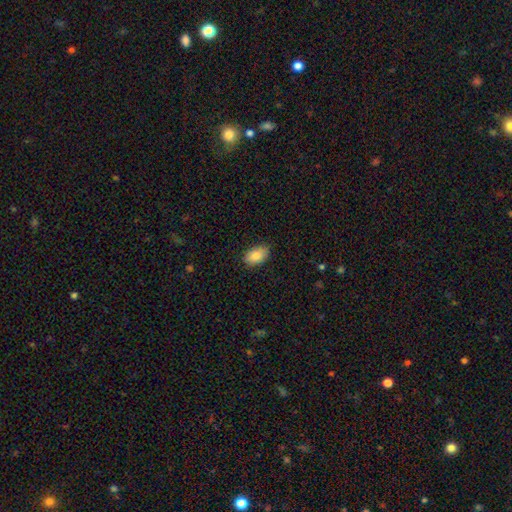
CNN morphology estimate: This is clearly a smooth galaxy (86%). How rounded: clearly in between (91%). Merging: clearly none (83%).